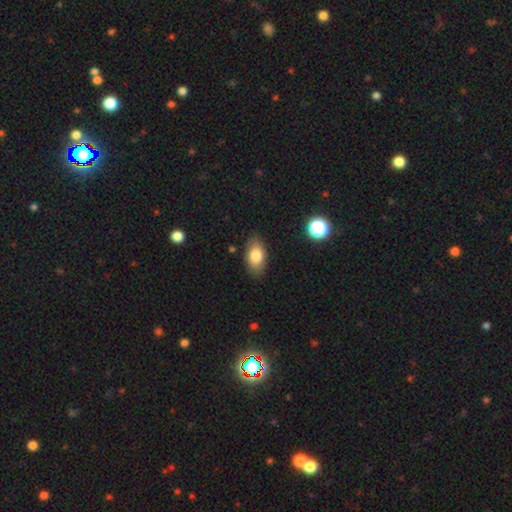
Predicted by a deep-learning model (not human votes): smooth_or_featured: smooth (p=0.80) [alt: featured or disk p=0.12]
how_rounded: in between (p=0.90) [alt: round p=0.07]
merging: none (p=0.84) [alt: minor disturbance p=0.12]